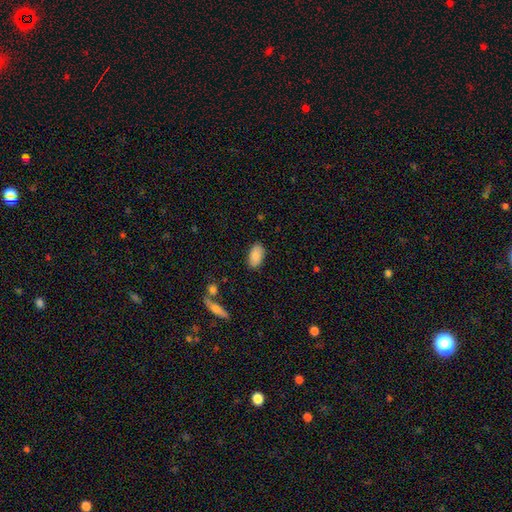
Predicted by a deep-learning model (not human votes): A smooth galaxy with no disk features (87%) that is in between round and cigar-shaped (94%). Merging: none (85%).